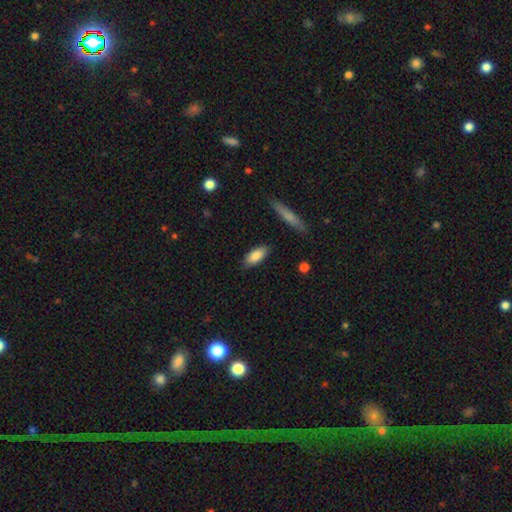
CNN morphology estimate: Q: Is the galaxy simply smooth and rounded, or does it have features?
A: smooth — 85%.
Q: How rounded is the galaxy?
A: in between — 81%.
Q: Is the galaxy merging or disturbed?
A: none — 85%.